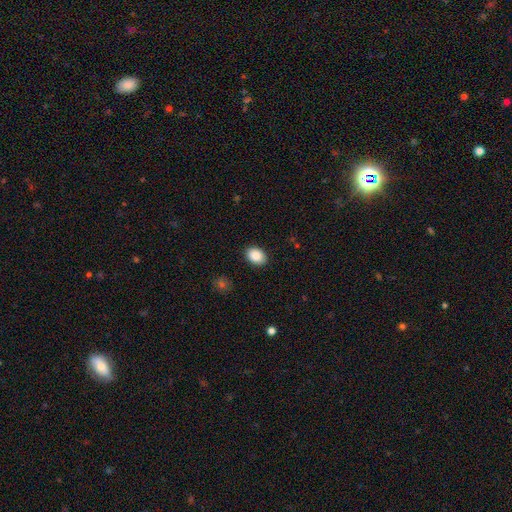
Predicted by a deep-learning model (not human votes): Morphology: type=smooth (88%); roundness=in between (71%); merging=none (89%).